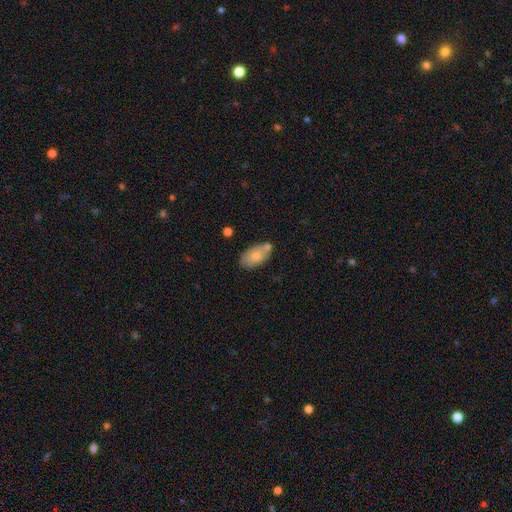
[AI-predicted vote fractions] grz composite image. It shows a smooth galaxy with no disk features (76%) that is in between round and cigar-shaped (93%). Merging: none (62%).